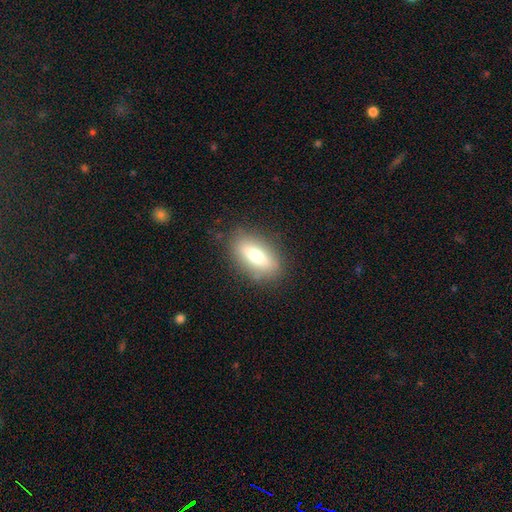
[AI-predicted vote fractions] This appears to be a smooth galaxy with no disk features (66%) that is in between round and cigar-shaped (72%). Merging: none (83%).